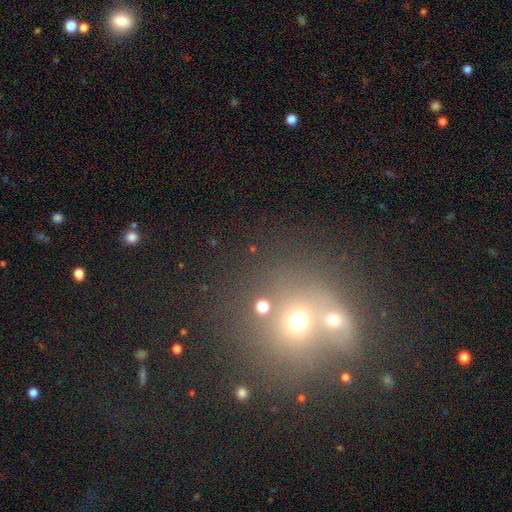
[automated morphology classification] This is possibly a smooth galaxy (49%). Merging: possibly merger (45%).